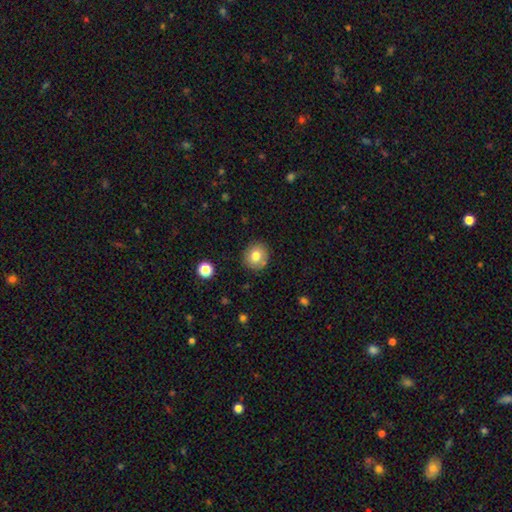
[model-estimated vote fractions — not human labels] A smooth galaxy with no disk features (78%) that is round (85%).

Vote fractions:
- Smooth or featured? smooth: 78% / featured or disk: 12% / star or artifact: 10%
- How rounded? round: 85% / in between: 14% / cigar-shaped: 1%
- Merging? none: 86% / minor disturbance: 10% / major disturbance: 2% / merger: 2%